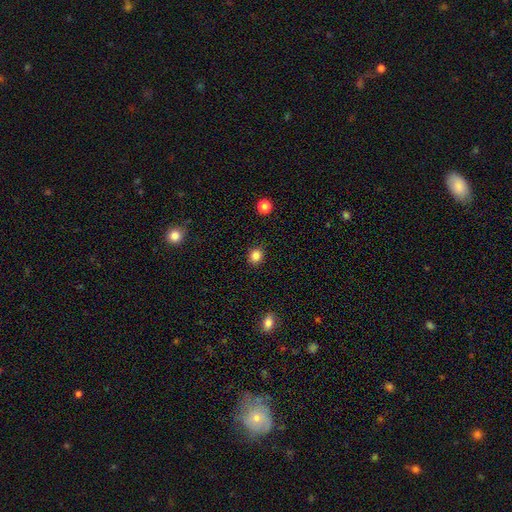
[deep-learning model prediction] Smooth or featured: smooth — 85% (star or artifact — 11%)
How rounded: round — 79% (in between — 20%)
Merging: none — 90% (minor disturbance — 6%)